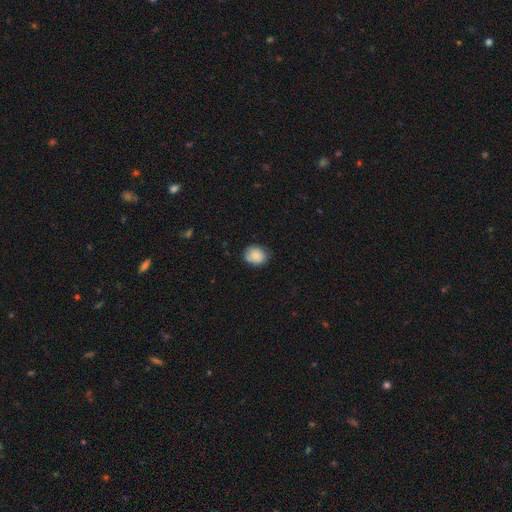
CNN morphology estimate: smooth 80%, featured or disk 12%, star or artifact 8%. Down the decision tree: how rounded — round (57%); merging — none (72%).